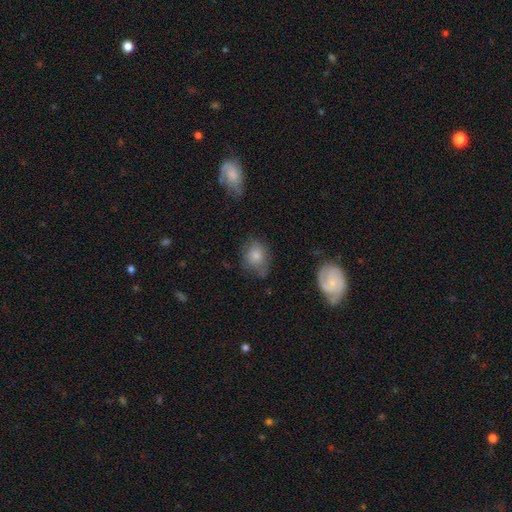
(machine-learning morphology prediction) type=smooth (77%); roundness=round (53%); merging=none (56%).